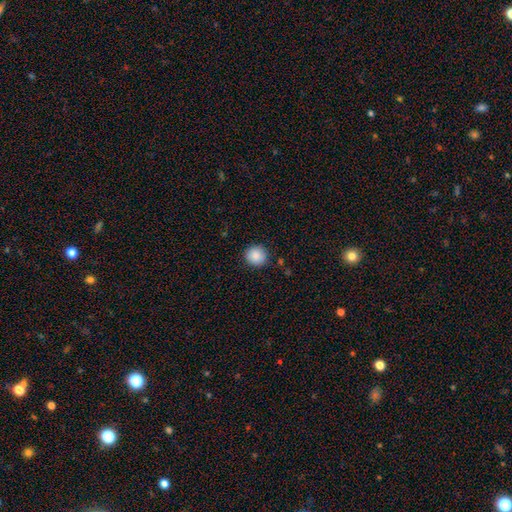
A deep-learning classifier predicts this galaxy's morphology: smooth-or-featured: smooth: 88% | star or artifact: 8% | featured or disk: 4%
  how-rounded: round: 92% | in between: 7% | cigar-shaped: 1%
  merging: none: 89% | minor disturbance: 7% | major disturbance: 2% | merger: 1%